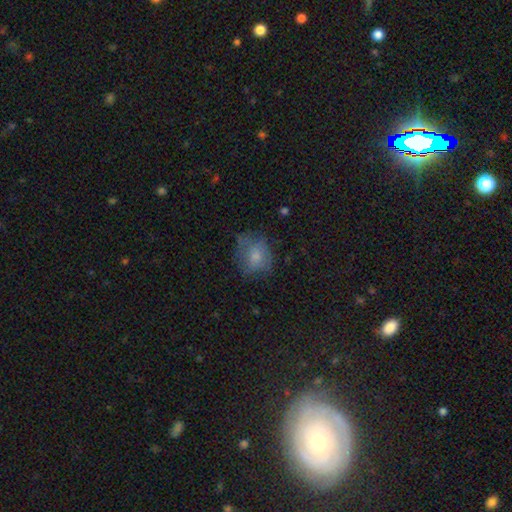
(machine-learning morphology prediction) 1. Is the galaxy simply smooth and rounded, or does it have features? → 68% smooth, 22% featured or disk, 10% star or artifact.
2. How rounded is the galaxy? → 55% round, 44% in between, 1% cigar-shaped.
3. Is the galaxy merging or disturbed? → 52% none, 28% minor disturbance, 18% major disturbance, 2% merger.